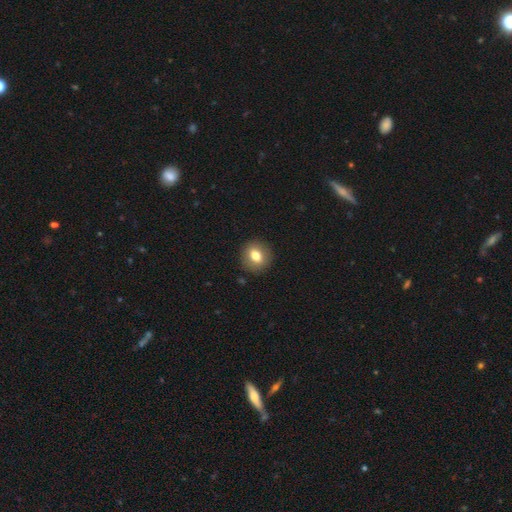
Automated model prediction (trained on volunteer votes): smooth 76%, featured or disk 15%, star or artifact 9%. Down the decision tree: how rounded — round (76%); merging — none (90%).